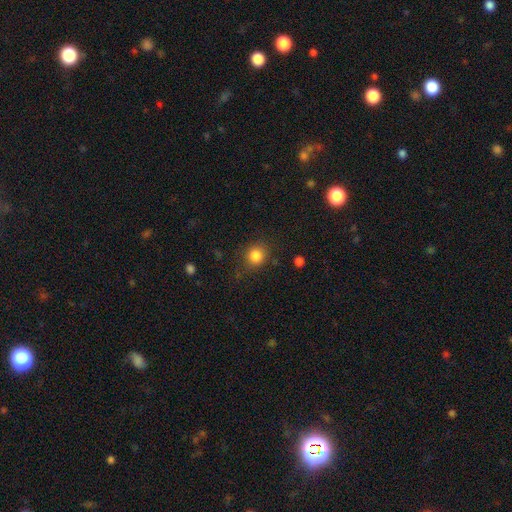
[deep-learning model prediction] This appears to be a smooth galaxy with no disk features (84%) that is round (83%). Merging: none (80%).